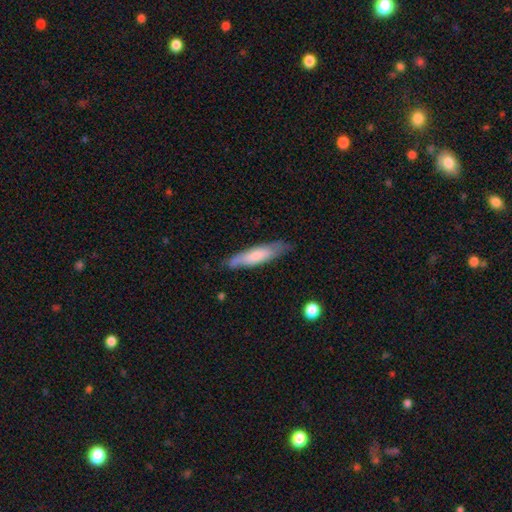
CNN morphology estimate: The model was most divided on "smooth or featured": smooth: 65%, featured or disk: 30%, star or artifact: 5%. More confident: merging — none (77%); how rounded — cigar-shaped (75%).